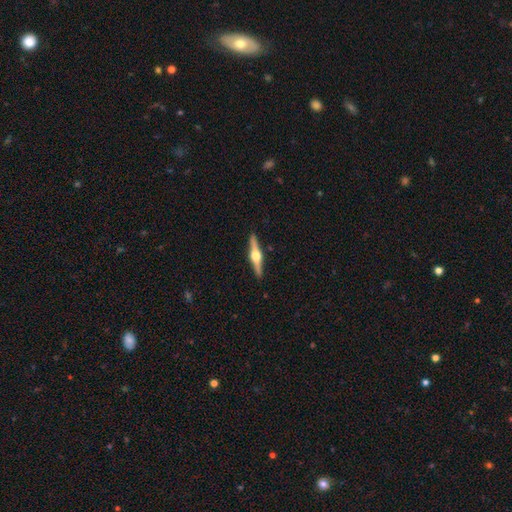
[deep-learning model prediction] Smooth or featured? featured or disk (81%)
Edge-on disk? yes (98%)
Edge-on bulge? rounded (96%)
Merging? none (92%)